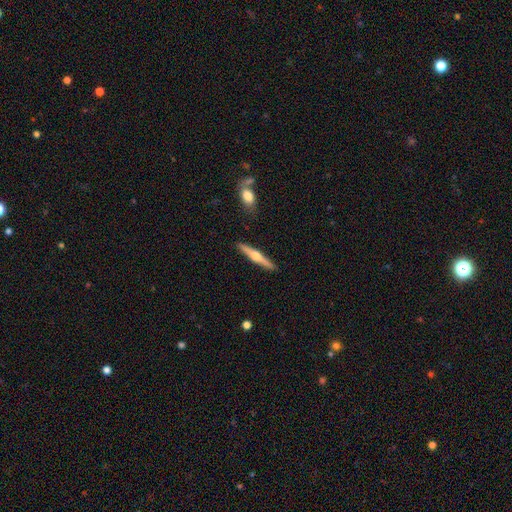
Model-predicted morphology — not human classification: Overall: featured or disk (63%; smooth 31%). Edge-on disk: yes (97%). Edge-on bulge: rounded (93%). Merging: none (90%).